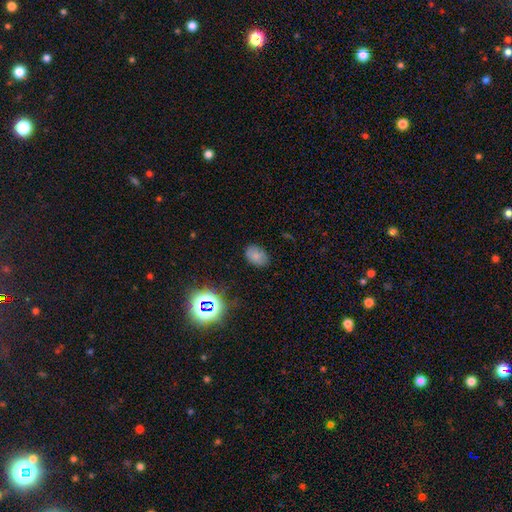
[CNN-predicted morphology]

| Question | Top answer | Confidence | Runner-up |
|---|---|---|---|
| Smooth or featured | smooth | 76% | star or artifact (16%) |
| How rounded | in between | 81% | round (18%) |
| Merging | none | 80% | minor disturbance (15%) |